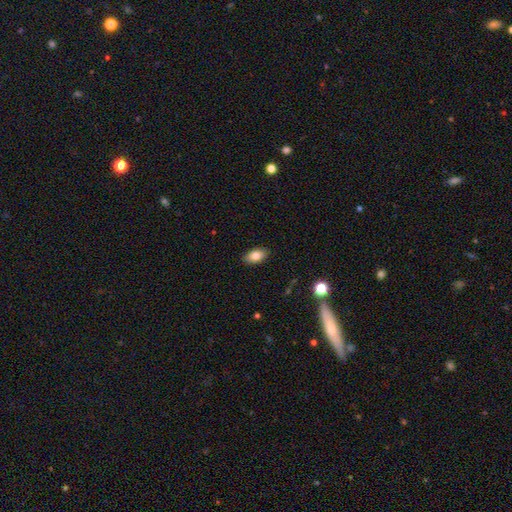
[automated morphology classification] This is clearly a smooth galaxy (81%). How rounded: clearly in between (91%). Merging: clearly none (89%).